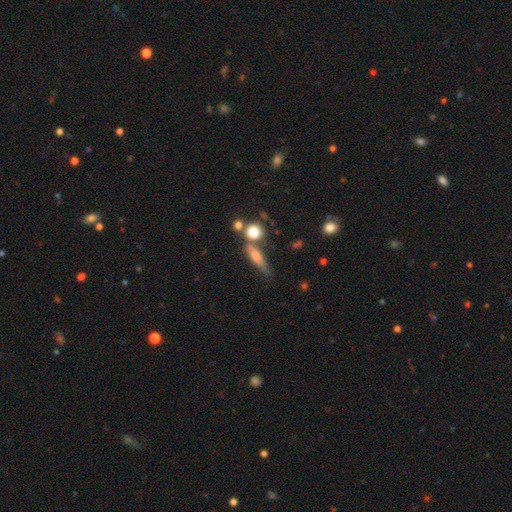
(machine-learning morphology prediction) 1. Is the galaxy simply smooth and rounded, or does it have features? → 58% smooth, 31% featured or disk, 11% star or artifact.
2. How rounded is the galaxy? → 63% cigar-shaped, 26% in between, 11% round.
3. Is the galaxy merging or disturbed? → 54% none, 18% minor disturbance, 18% merger, 9% major disturbance.